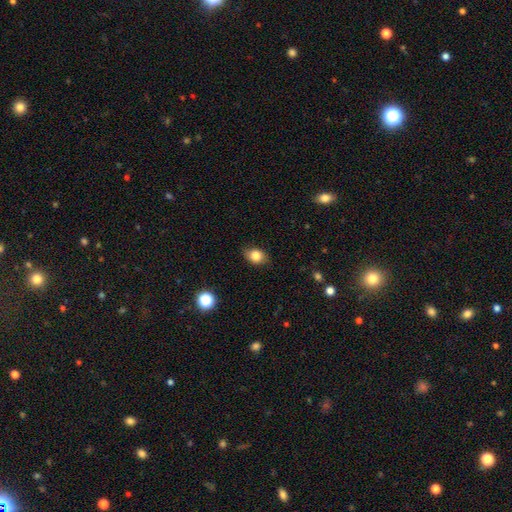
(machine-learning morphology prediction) Smooth or featured? smooth (82%)
How rounded? in between (65%)
Merging? none (83%)